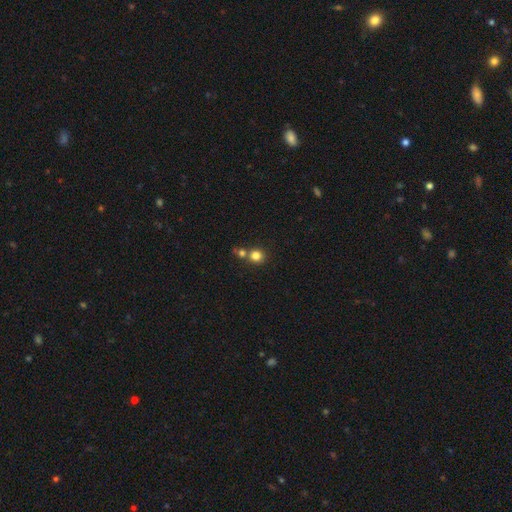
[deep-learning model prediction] smooth-or-featured: smooth: 81% | star or artifact: 13% | featured or disk: 7%
  how-rounded: round: 89% | in between: 10% | cigar-shaped: 1%
  merging: none: 59% | merger: 31% | minor disturbance: 8% | major disturbance: 3%